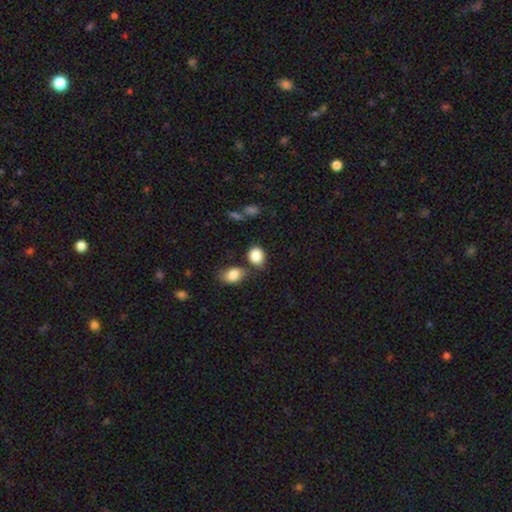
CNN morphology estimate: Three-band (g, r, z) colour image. It shows a smooth galaxy with no disk features (87%) that is in between round and cigar-shaped (51%). Merging: none (57%).